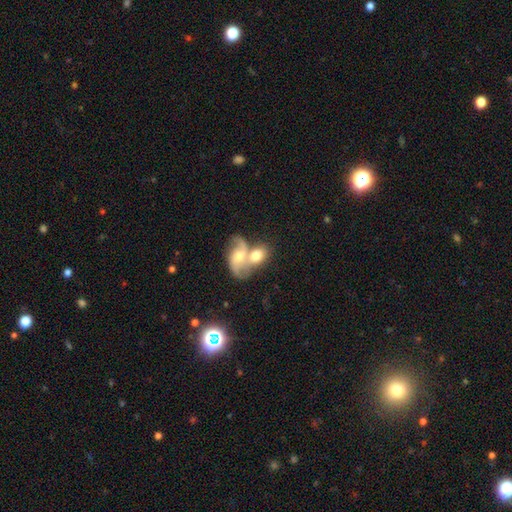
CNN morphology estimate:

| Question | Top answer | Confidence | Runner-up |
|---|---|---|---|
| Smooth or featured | featured or disk | 51% | smooth (42%) |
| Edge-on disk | no | 95% | yes (5%) |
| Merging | merger | 70% | none (18%) |